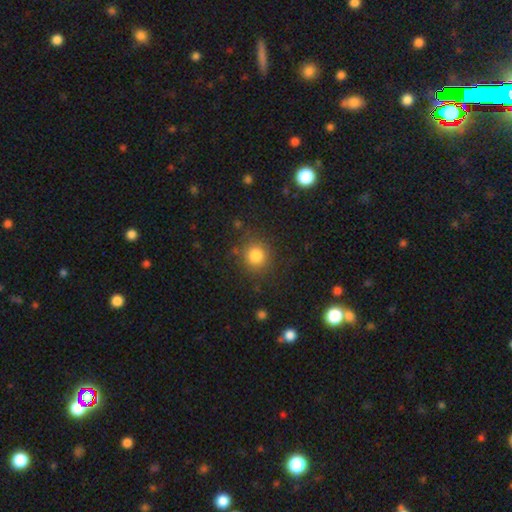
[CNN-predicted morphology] Smooth or featured? Predicted: smooth (p=0.83). How rounded? Predicted: round (p=0.88). Merging? Predicted: none (p=0.84).